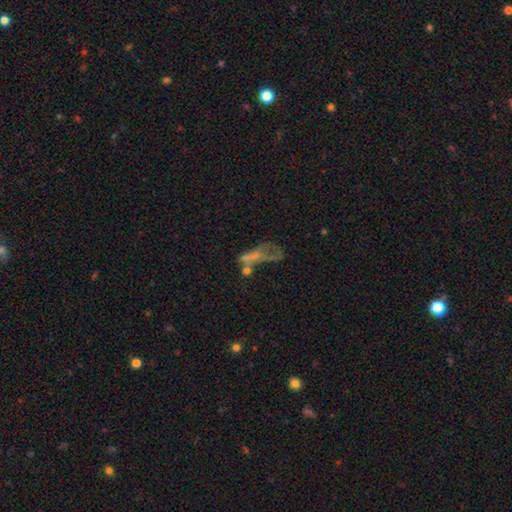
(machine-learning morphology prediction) This is marginally a featured or disk galaxy (44%). Merging: marginally major disturbance (38%).